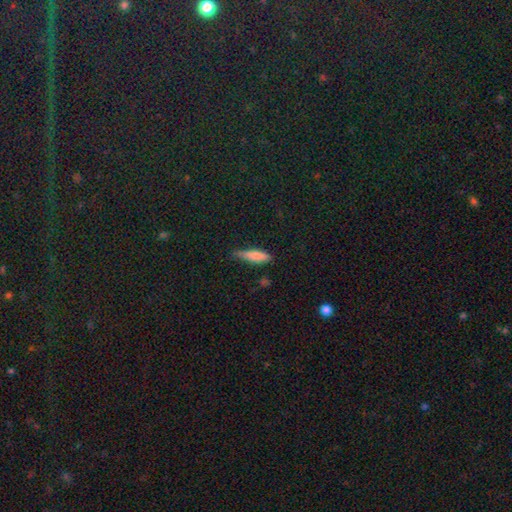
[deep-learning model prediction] Morphology: type=smooth (78%); roundness=cigar-shaped (67%); merging=none (65%).